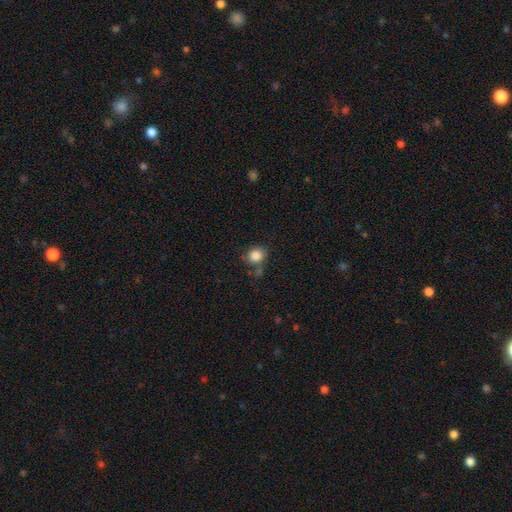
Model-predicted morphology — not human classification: smooth 85%, star or artifact 10%, featured or disk 5%. Down the decision tree: how rounded — round (70%); merging — none (67%).